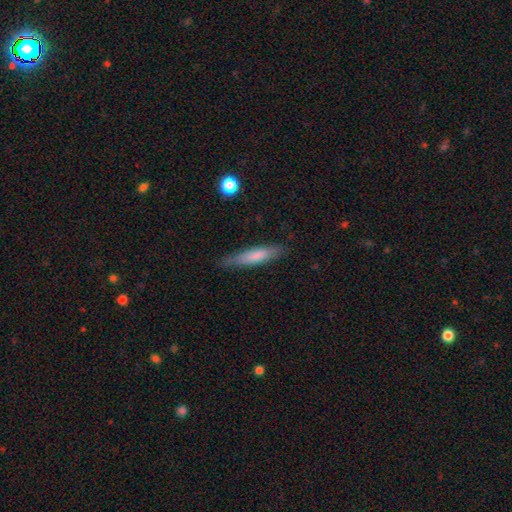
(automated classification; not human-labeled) Smooth or featured? smooth (71%)
How rounded? cigar-shaped (86%)
Merging? none (81%)